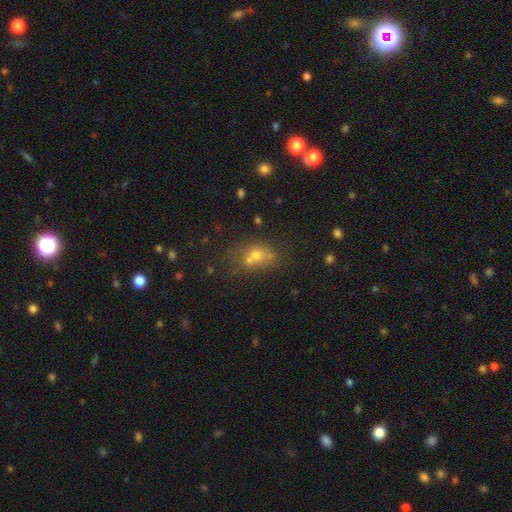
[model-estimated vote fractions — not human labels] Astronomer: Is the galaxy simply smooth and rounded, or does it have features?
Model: smooth — 57%.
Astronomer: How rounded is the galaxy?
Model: round — 54% (runner-up: in between, 44%).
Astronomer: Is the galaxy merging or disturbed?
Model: merger — 46% (runner-up: none, 37%).